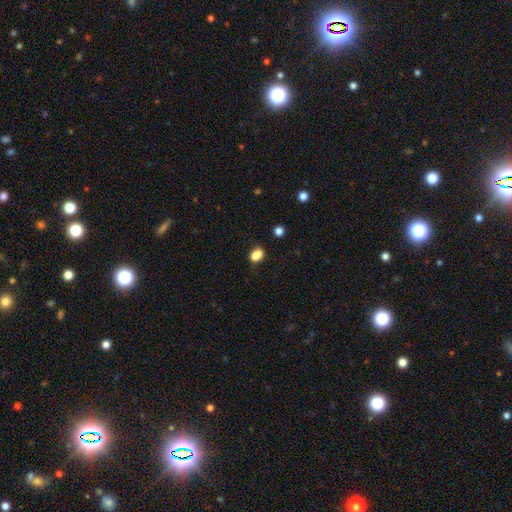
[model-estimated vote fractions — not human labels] Overall: smooth (86%). How rounded: in between (77%). Merging: none (74%).